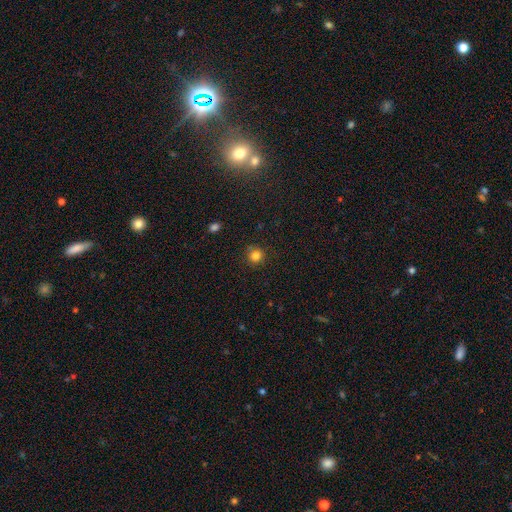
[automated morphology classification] A smooth galaxy with no disk features (82%) that is round (93%). Merging: none (88%).